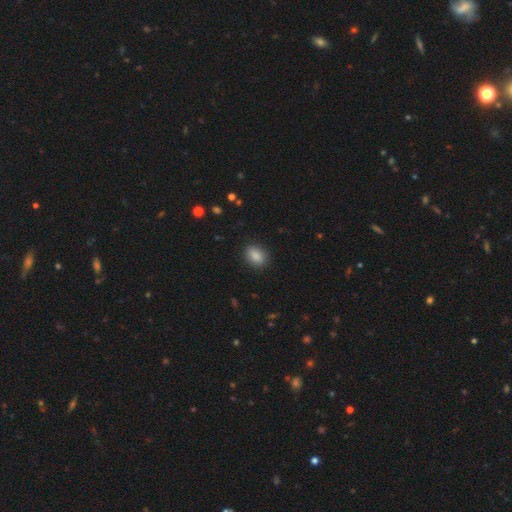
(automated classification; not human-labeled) Smooth or featured: smooth — 87% (star or artifact — 8%)
How rounded: in between — 75% (round — 23%)
Merging: none — 87% (minor disturbance — 9%)